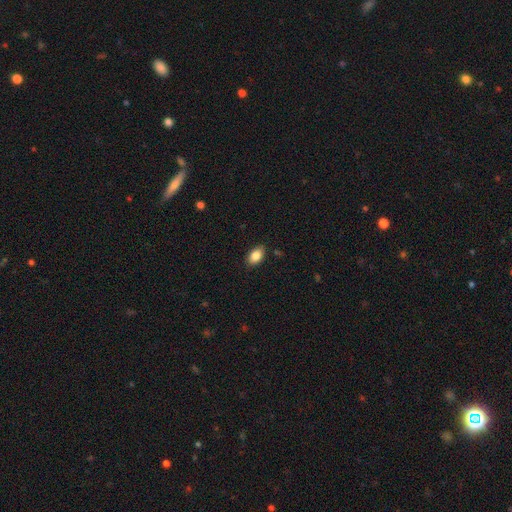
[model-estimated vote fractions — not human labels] Smooth or featured? smooth (85%)
How rounded? in between (89%)
Merging? none (86%)